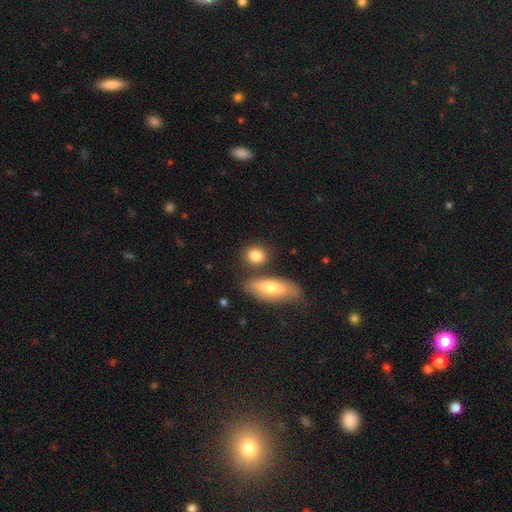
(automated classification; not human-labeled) This is clearly a smooth galaxy (83%). How rounded: possibly round (53%). Merging: likely none (73%).